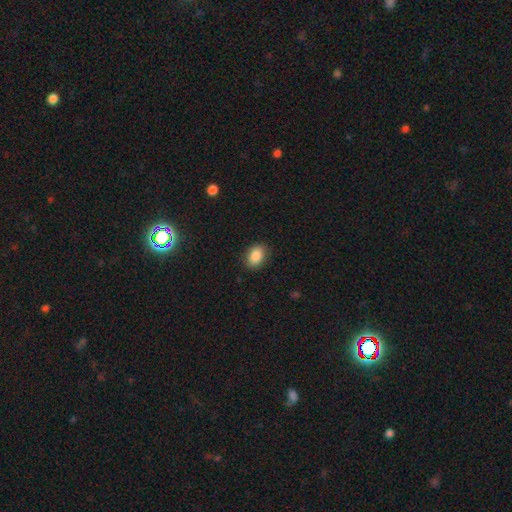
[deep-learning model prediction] A smooth galaxy with no disk features (88%) that is in between round and cigar-shaped (84%).

Vote fractions:
- Smooth or featured? smooth: 88% / star or artifact: 8% / featured or disk: 4%
- How rounded? in between: 84% / round: 14% / cigar-shaped: 1%
- Merging? none: 87% / minor disturbance: 10% / major disturbance: 3% / merger: 1%